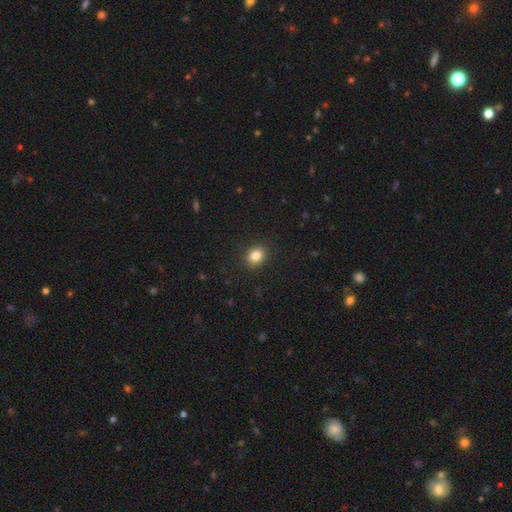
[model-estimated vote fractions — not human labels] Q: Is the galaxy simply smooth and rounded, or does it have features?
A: smooth — 83%.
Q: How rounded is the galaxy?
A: round — 62%.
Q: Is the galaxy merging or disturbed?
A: none — 89%.